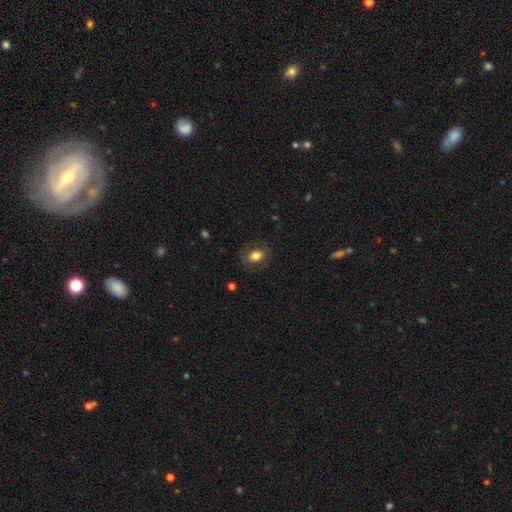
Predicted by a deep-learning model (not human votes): A smooth galaxy with no disk features (72%) that is in between round and cigar-shaped (61%). Merging: none (80%).